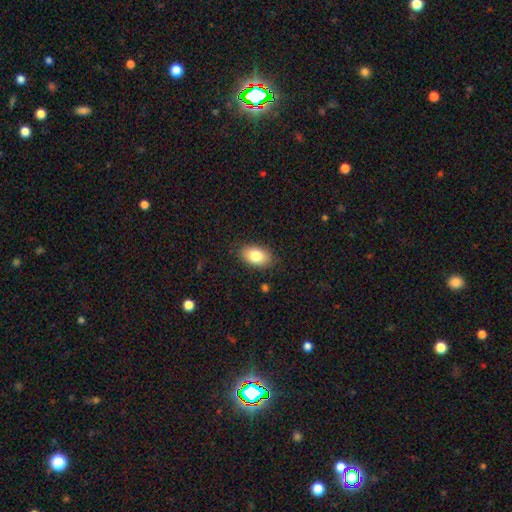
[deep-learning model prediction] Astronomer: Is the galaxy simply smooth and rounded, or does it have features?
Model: smooth — 82%.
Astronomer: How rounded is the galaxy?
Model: in between — 90%.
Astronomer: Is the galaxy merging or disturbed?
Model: none — 86%.